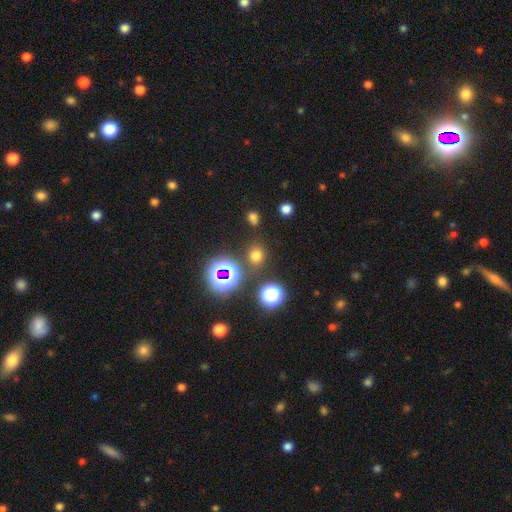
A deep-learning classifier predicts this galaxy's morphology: Overall: smooth (66%; star or artifact 28%). How rounded: round (80%). Merging: none (80%).